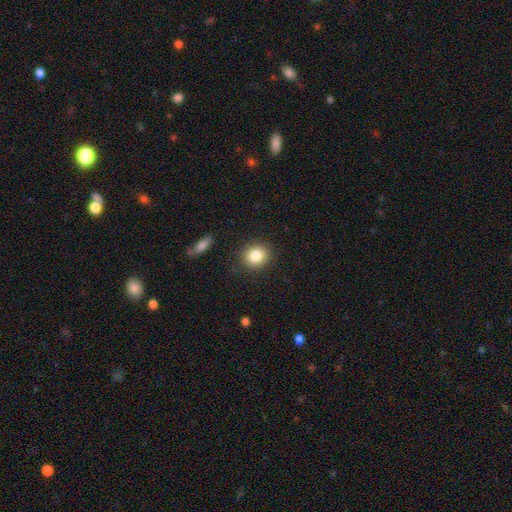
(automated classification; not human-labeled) A smooth galaxy with no disk features (84%) that is round (77%). Merging: none (88%).